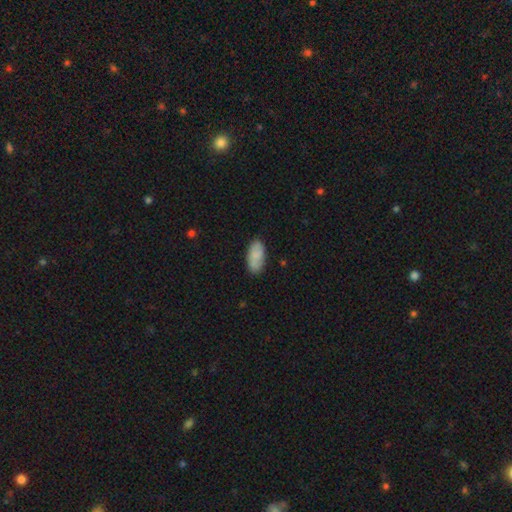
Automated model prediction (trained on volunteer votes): This appears to be a smooth galaxy with no disk features (81%) that is in between round and cigar-shaped (93%). Merging: none (82%).